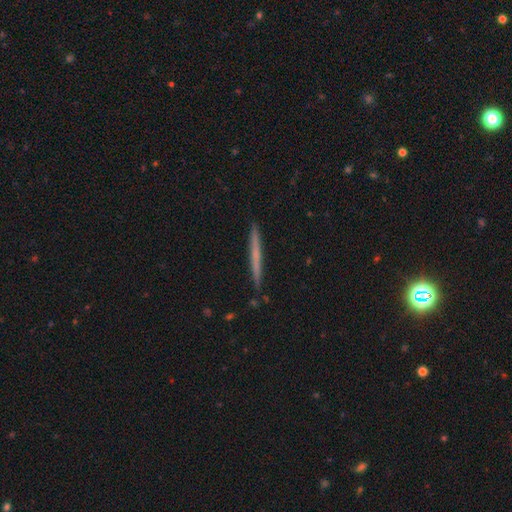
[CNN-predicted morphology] A smooth galaxy with no disk features (51%) that is cigar-shaped (97%). Merging: none (91%).